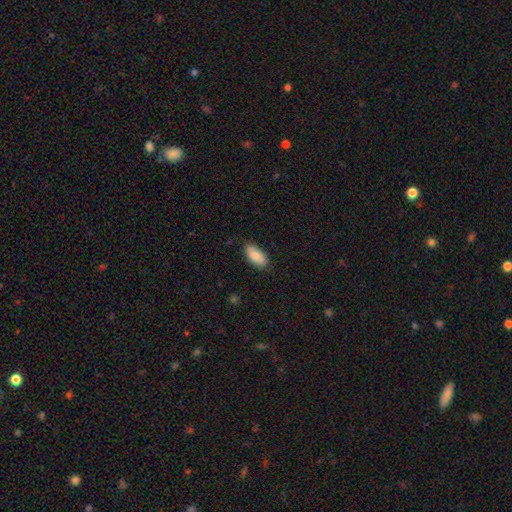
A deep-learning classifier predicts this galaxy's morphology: Smooth or featured? smooth (86%)
How rounded? in between (91%)
Merging? none (84%)